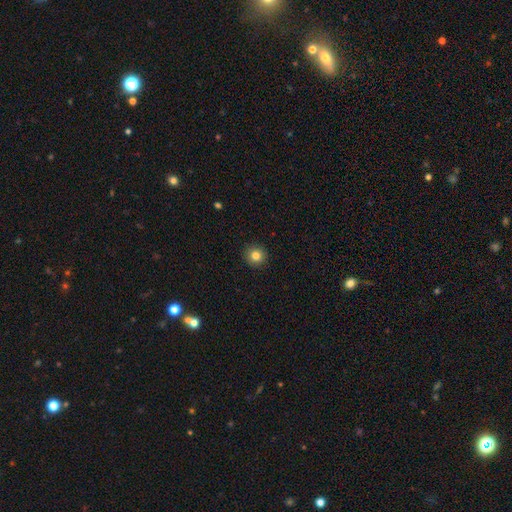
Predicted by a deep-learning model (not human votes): smooth 83%, star or artifact 11%, featured or disk 6%. Down the decision tree: how rounded — round (93%); merging — none (92%).